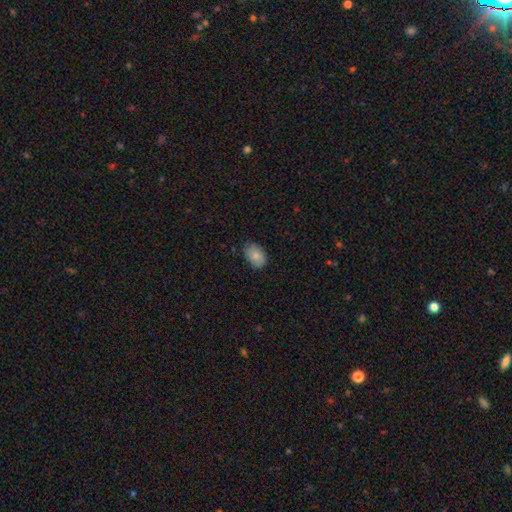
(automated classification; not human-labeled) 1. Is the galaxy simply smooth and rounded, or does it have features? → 83% smooth, 11% featured or disk, 7% star or artifact.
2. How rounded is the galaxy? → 84% in between, 15% round, 1% cigar-shaped.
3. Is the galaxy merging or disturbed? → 78% none, 18% minor disturbance, 3% major disturbance, 1% merger.